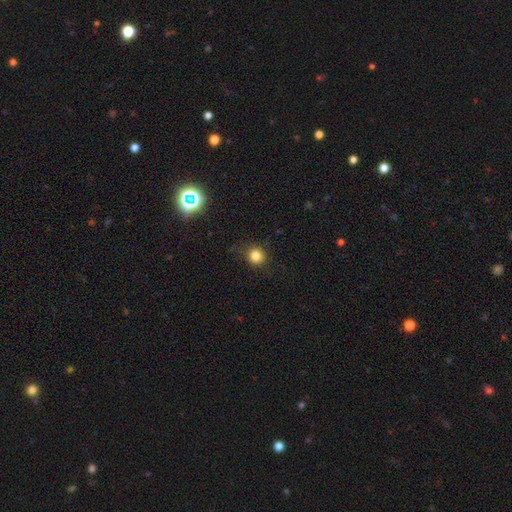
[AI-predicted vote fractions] smooth_or_featured: smooth (p=0.82) [alt: star or artifact p=0.13]
how_rounded: round (p=0.89) [alt: in between p=0.10]
merging: none (p=0.84) [alt: minor disturbance p=0.11]